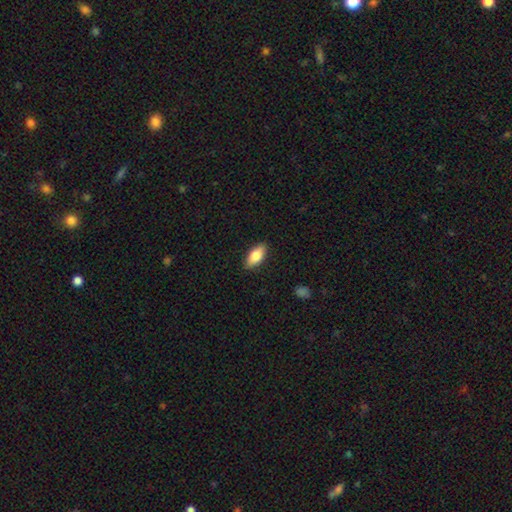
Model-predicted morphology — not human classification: A smooth galaxy with no disk features (79%) that is in between round and cigar-shaped (87%). Merging: none (88%).